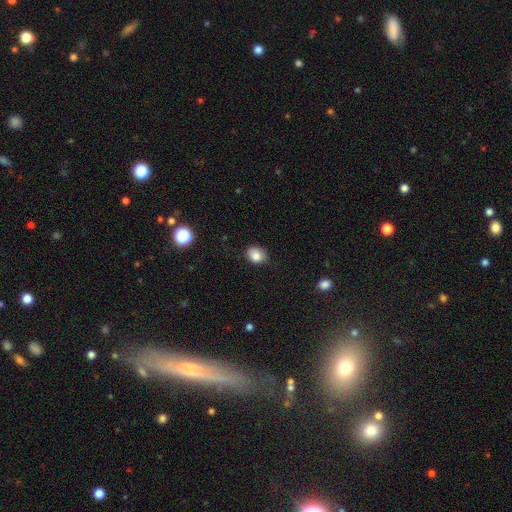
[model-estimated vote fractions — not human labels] Smooth or featured?
  - smooth: 84% *
  - star or artifact: 10%
  - featured or disk: 6%
How rounded?
  - round: 53% *
  - in between: 46%
  - cigar-shaped: 1%
Merging?
  - none: 74% *
  - minor disturbance: 21%
  - major disturbance: 4%
  - merger: 1%